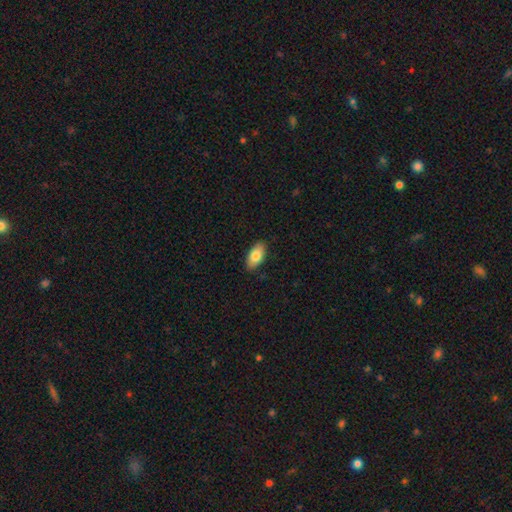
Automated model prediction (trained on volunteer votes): smooth 82%, featured or disk 12%, star or artifact 6%. Down the decision tree: how rounded — in between (92%); merging — none (88%).